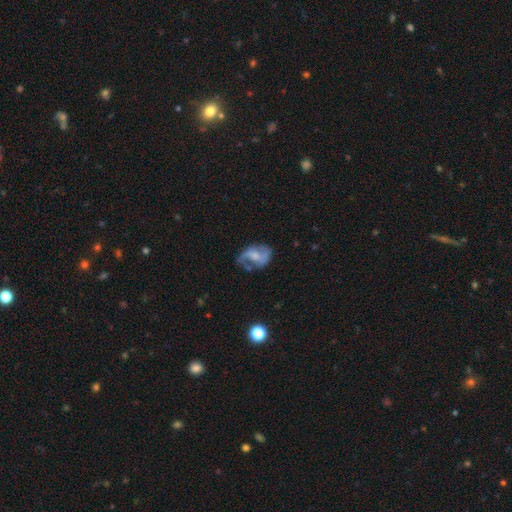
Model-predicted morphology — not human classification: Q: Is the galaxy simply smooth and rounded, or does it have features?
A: featured or disk — 65%.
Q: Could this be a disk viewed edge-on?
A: no — 97%.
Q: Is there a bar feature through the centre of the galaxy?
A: no — 60%.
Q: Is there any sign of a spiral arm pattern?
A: yes — 71%.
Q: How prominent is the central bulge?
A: moderate — 40%.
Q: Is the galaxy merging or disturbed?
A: none — 44%.